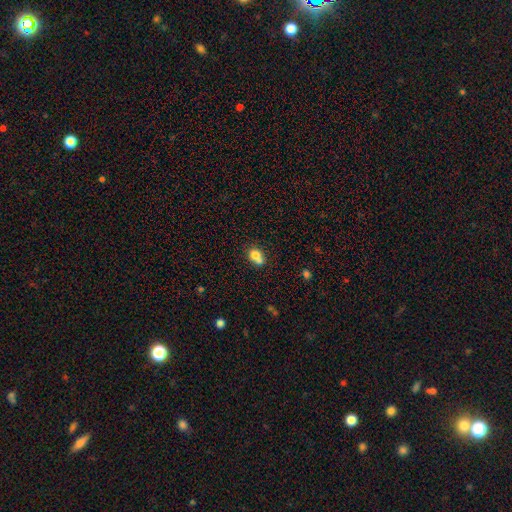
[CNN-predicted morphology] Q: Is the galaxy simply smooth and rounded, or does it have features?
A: smooth — 75%.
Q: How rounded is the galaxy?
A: round — 59%.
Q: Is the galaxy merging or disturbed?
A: merger — 53%.